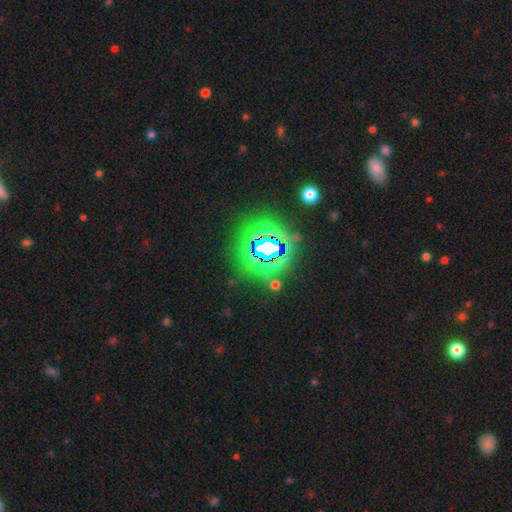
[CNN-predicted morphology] This is clearly a star or artifact rather than a galaxy (82%).